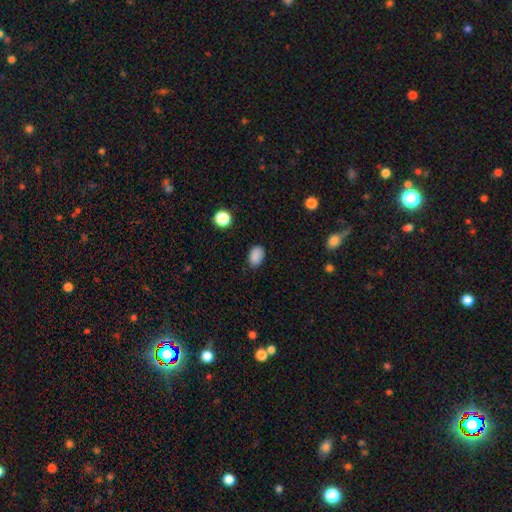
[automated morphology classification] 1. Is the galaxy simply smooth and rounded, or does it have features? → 87% smooth, 10% star or artifact, 4% featured or disk.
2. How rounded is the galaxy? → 85% in between, 14% round, 1% cigar-shaped.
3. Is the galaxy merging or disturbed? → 82% none, 14% minor disturbance, 3% major disturbance, 1% merger.